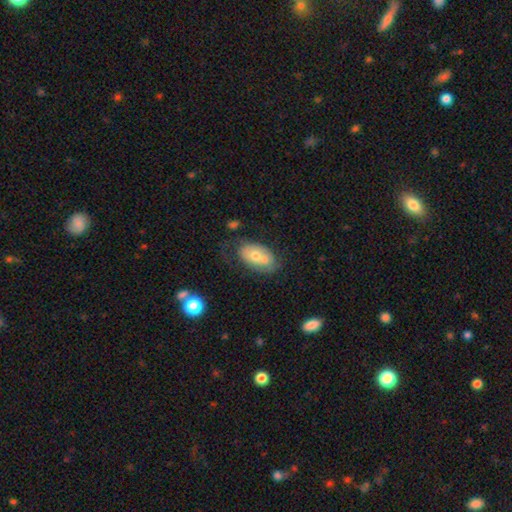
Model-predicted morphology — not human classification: This is possibly a smooth galaxy (57%). How rounded: clearly in between (90%). Merging: marginally none (40%).